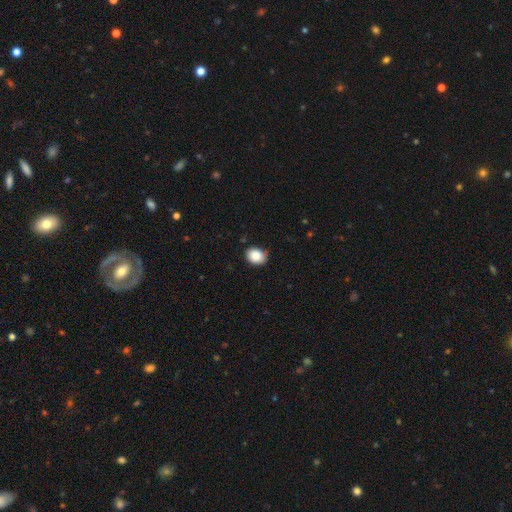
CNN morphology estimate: This appears to be a smooth galaxy with no disk features (88%) that is in between round and cigar-shaped (51%). Merging: none (73%).